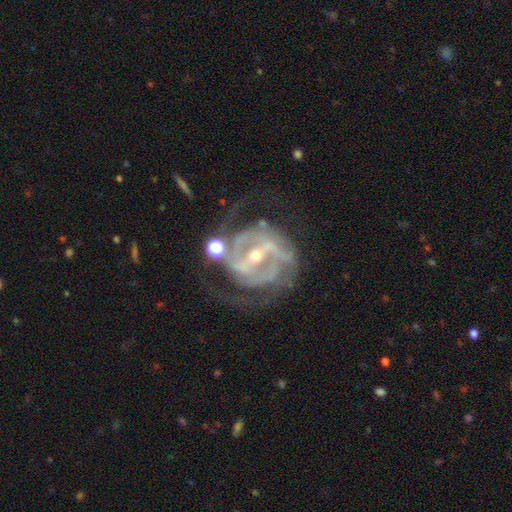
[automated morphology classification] This appears to be a featured or disk galaxy (90%) with a strong bar (64%), 2 (54%) medium (46%) spiral arms (94%) and a small central bulge (63%). Merging: none (56%).